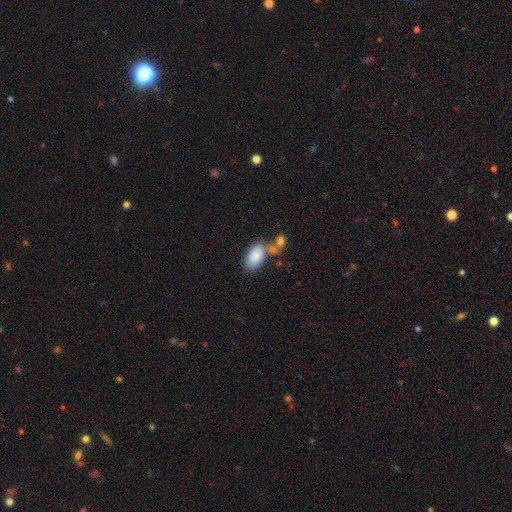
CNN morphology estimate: The model was most divided on "merging": none: 43%, merger: 34%, minor disturbance: 16%, major disturbance: 7%. More confident: how rounded — in between (94%); smooth or featured — smooth (86%).